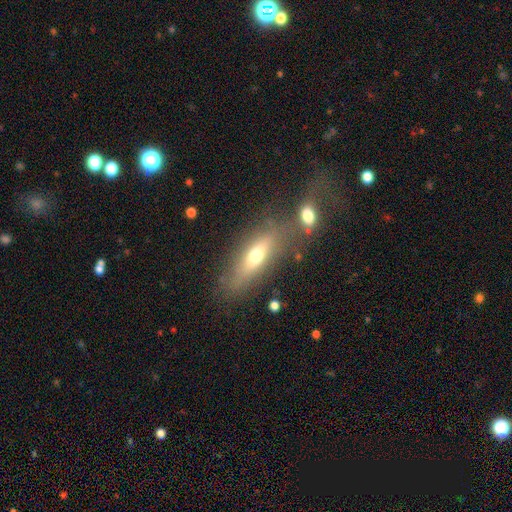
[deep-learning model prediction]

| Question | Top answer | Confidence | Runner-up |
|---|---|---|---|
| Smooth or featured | smooth | 57% | featured or disk (34%) |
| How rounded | in between | 49% | cigar-shaped (47%) |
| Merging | none | 64% | merger (16%) |